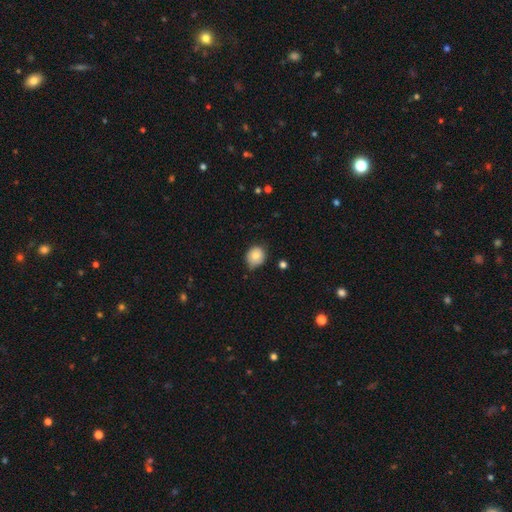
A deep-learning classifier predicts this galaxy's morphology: Smooth or featured? Predicted: smooth (p=0.80). How rounded? Predicted: round (p=0.68). Merging? Predicted: none (p=0.62).